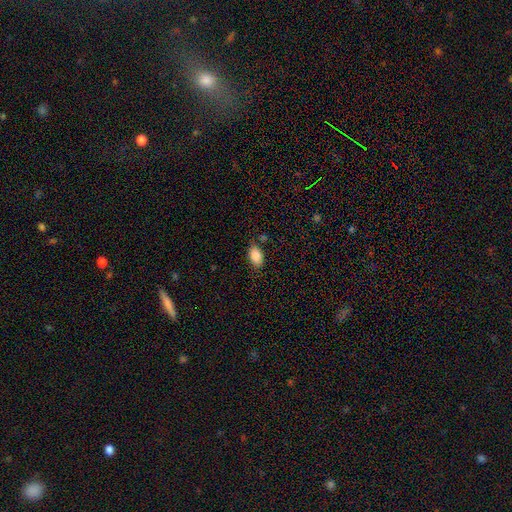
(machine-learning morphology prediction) Smooth or featured? Predicted: smooth (p=0.87). How rounded? Predicted: in between (p=0.91). Merging? Predicted: none (p=0.79).